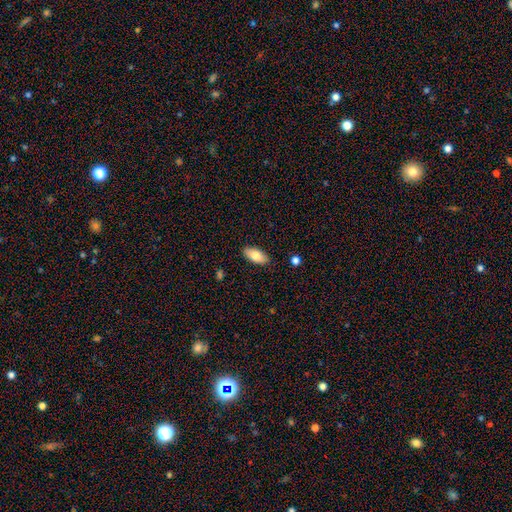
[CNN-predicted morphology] Smooth or featured: smooth — 78% (featured or disk — 16%)
How rounded: in between — 89% (cigar-shaped — 8%)
Merging: none — 88% (minor disturbance — 9%)